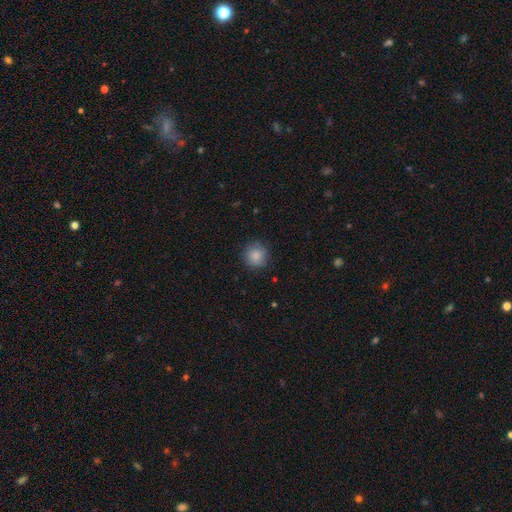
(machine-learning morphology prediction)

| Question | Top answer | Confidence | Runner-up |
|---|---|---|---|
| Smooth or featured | smooth | 87% | star or artifact (9%) |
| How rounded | round | 93% | in between (6%) |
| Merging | none | 87% | minor disturbance (10%) |